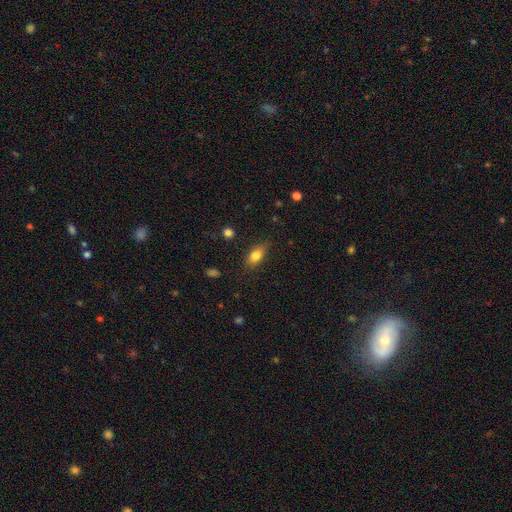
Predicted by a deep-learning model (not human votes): The model was most divided on "merging": none: 79%, minor disturbance: 16%, major disturbance: 4%, merger: 1%. More confident: how rounded — in between (82%); smooth or featured — smooth (79%).